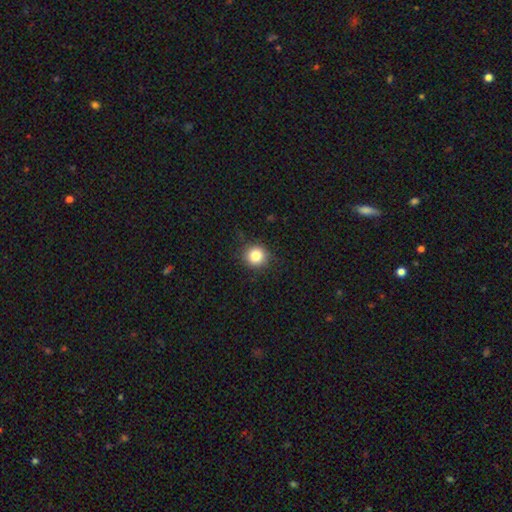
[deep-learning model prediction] smooth-or-featured: smooth: 83% | star or artifact: 11% | featured or disk: 6%
  how-rounded: round: 92% | in between: 7% | cigar-shaped: 1%
  merging: none: 88% | minor disturbance: 9% | major disturbance: 2% | merger: 1%